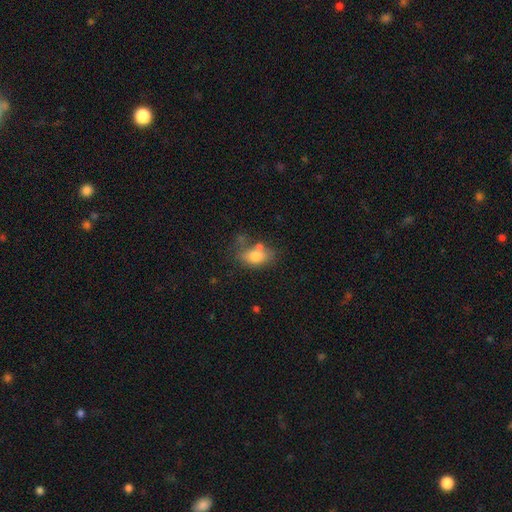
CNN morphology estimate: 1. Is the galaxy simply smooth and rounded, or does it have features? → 75% smooth, 16% featured or disk, 9% star or artifact.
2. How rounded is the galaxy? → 79% in between, 19% round, 2% cigar-shaped.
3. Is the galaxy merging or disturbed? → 48% none, 21% minor disturbance, 21% merger, 10% major disturbance.